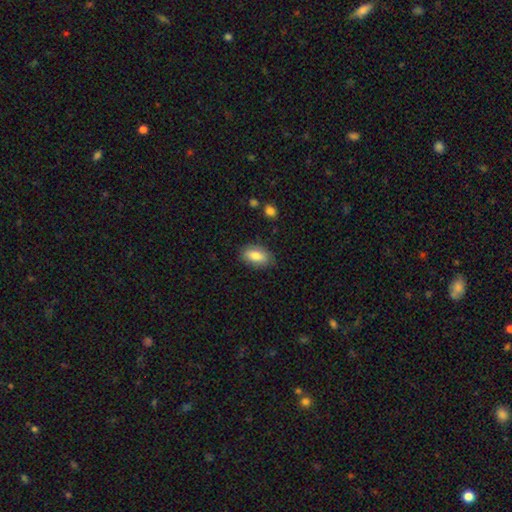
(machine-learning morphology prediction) Smooth or featured? Predicted: smooth (p=0.81). How rounded? Predicted: in between (p=0.90). Merging? Predicted: none (p=0.82).